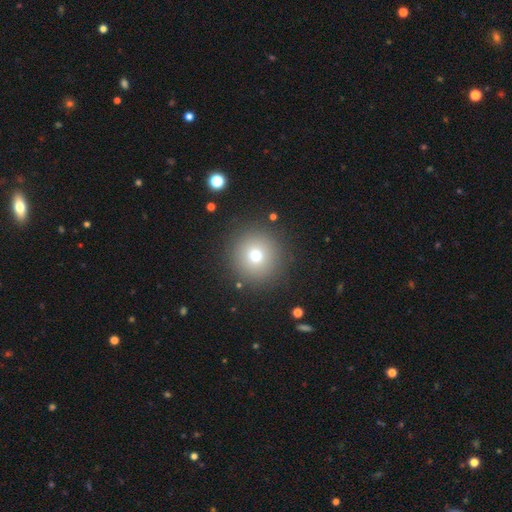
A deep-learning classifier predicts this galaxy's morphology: The model was most divided on "smooth or featured": smooth: 71%, star or artifact: 17%, featured or disk: 13%. More confident: how rounded — round (96%); merging — none (89%).